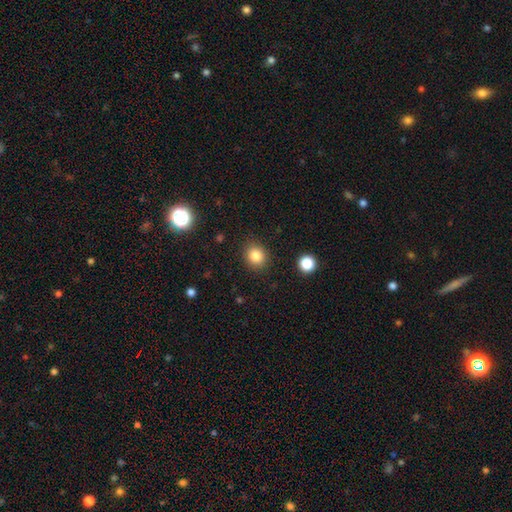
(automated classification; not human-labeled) This appears to be a smooth galaxy with no disk features (83%) that is round (75%). Merging: none (88%).